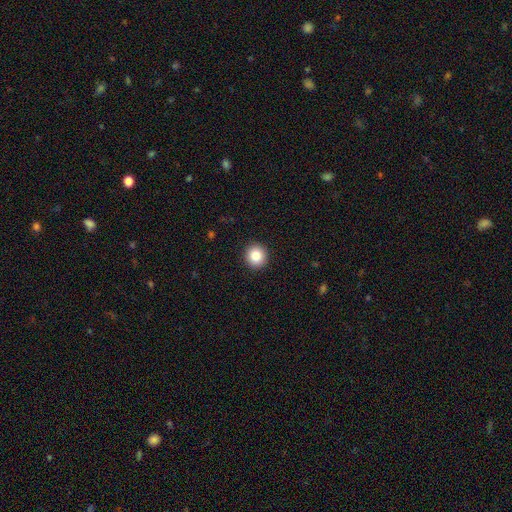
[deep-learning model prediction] The model was most divided on "smooth or featured": smooth: 85%, star or artifact: 9%, featured or disk: 6%. More confident: merging — none (93%); how rounded — round (92%).